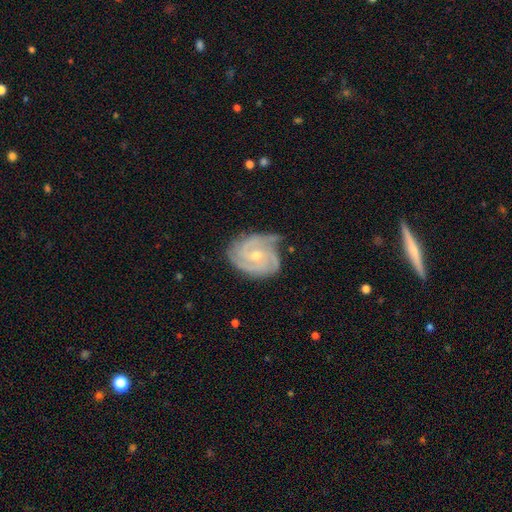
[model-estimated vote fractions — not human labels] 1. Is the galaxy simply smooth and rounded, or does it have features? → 88% featured or disk, 7% smooth, 5% star or artifact.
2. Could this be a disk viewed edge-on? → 98% no, 2% yes.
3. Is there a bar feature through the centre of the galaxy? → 65% no, 30% weak, 6% strong.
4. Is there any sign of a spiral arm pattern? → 97% yes, 3% no.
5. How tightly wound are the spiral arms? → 66% tight, 29% medium, 5% loose.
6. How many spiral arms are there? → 46% 3, 19% 2, 13% 4, 13% can't tell, 4% 1, 4% more than 4.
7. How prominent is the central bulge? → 57% small, 40% moderate, 1% none, 1% large, 1% dominant.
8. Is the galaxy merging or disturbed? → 65% none, 26% minor disturbance, 7% major disturbance, 2% merger.